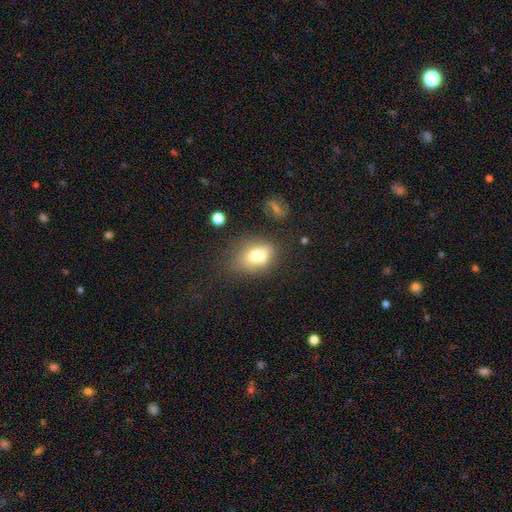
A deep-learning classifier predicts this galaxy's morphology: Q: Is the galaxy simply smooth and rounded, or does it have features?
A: smooth — 68%.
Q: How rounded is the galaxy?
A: in between — 66%.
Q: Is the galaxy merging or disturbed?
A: none — 43%.